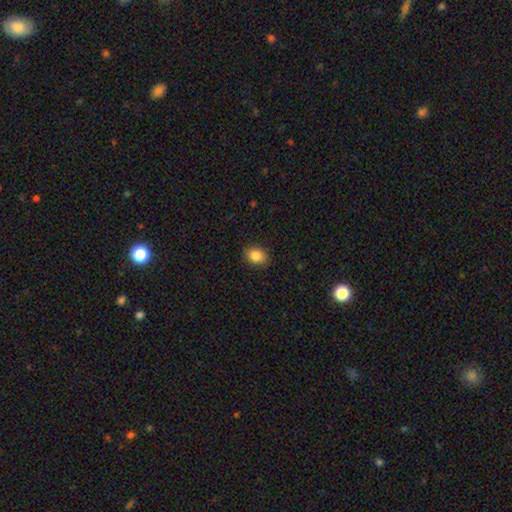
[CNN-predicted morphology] Smooth or featured: smooth — 86% (star or artifact — 9%)
How rounded: in between — 59% (round — 40%)
Merging: none — 88% (minor disturbance — 9%)